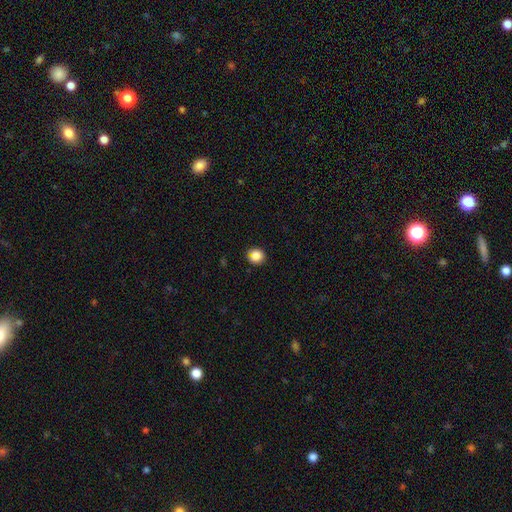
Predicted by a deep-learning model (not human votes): Overall: smooth (84%). How rounded: round (85%). Merging: none (83%).